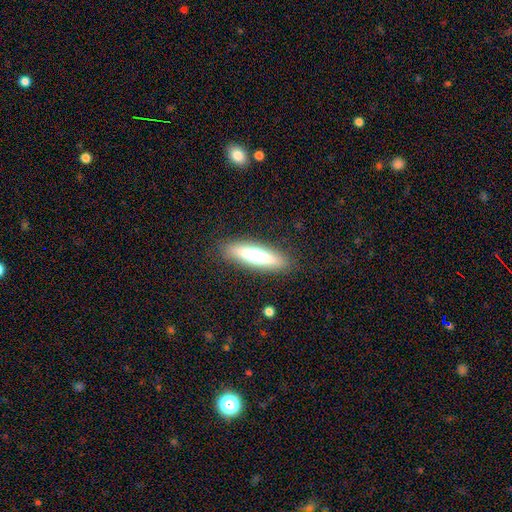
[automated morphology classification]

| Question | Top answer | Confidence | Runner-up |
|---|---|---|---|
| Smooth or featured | smooth | 54% | featured or disk (38%) |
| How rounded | cigar-shaped | 76% | in between (23%) |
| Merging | none | 87% | minor disturbance (9%) |